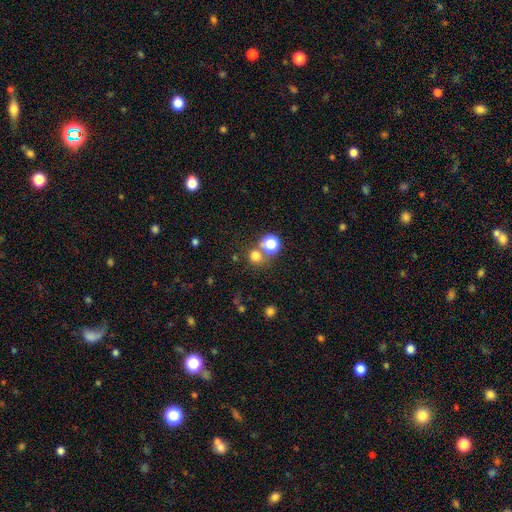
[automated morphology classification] This appears to be a smooth galaxy with no disk features (70%) that is round (88%). Merging: none (66%).